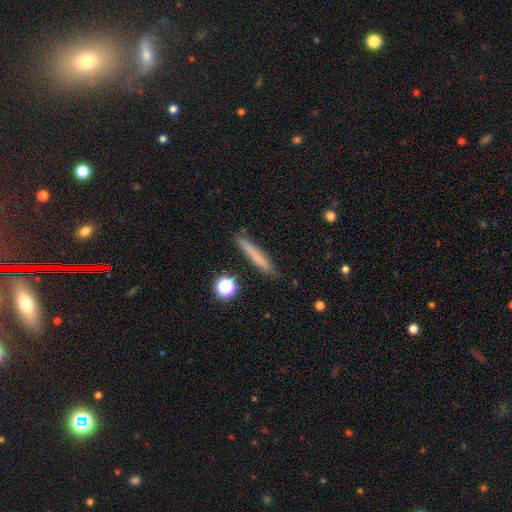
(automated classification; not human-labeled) smooth_or_featured: smooth (p=0.69) [alt: featured or disk p=0.23]
how_rounded: cigar-shaped (p=0.94) [alt: in between p=0.04]
merging: none (p=0.86) [alt: minor disturbance p=0.09]